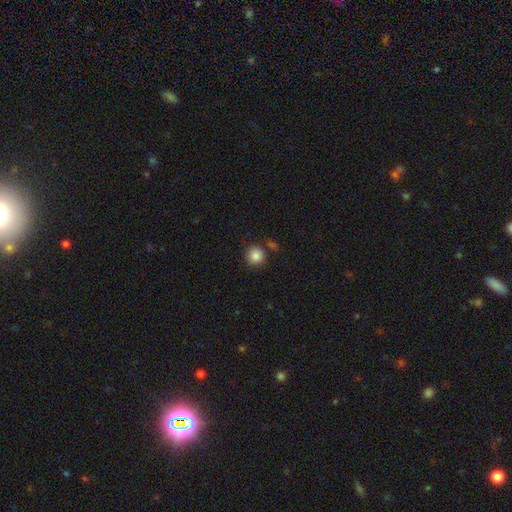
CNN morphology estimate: A smooth galaxy with no disk features (86%) that is round (92%).

Vote fractions:
- Smooth or featured? smooth: 86% / star or artifact: 9% / featured or disk: 5%
- How rounded? round: 92% / in between: 7% / cigar-shaped: 1%
- Merging? none: 79% / minor disturbance: 10% / merger: 8% / major disturbance: 3%